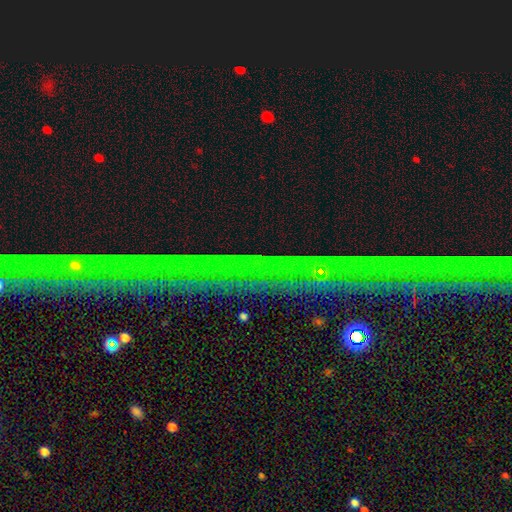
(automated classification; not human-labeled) smooth_or_featured: star or artifact (p=0.82) [alt: featured or disk p=0.11]